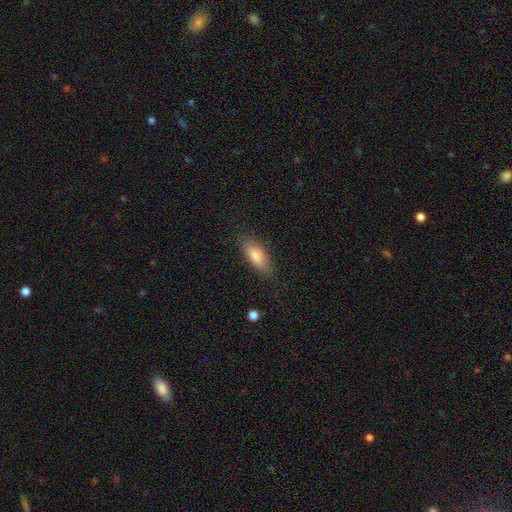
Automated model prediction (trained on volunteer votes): Smooth or featured?
  - smooth: 75% *
  - featured or disk: 18%
  - star or artifact: 7%
How rounded?
  - in between: 64% *
  - cigar-shaped: 34%
  - round: 2%
Merging?
  - none: 81% *
  - minor disturbance: 14%
  - major disturbance: 4%
  - merger: 1%